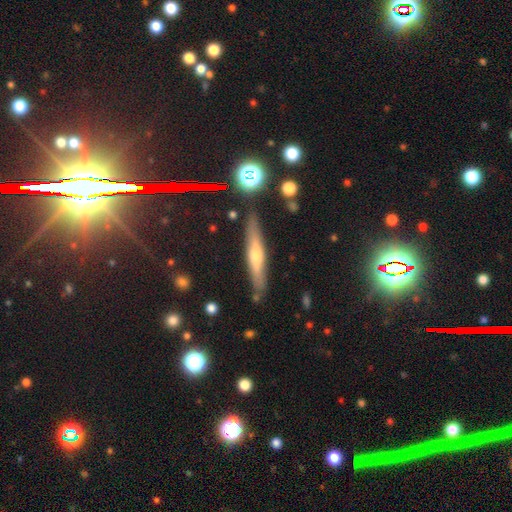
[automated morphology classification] Overall: featured or disk (53%; smooth 39%). Edge-on disk: yes (92%). Merging: none (85%).